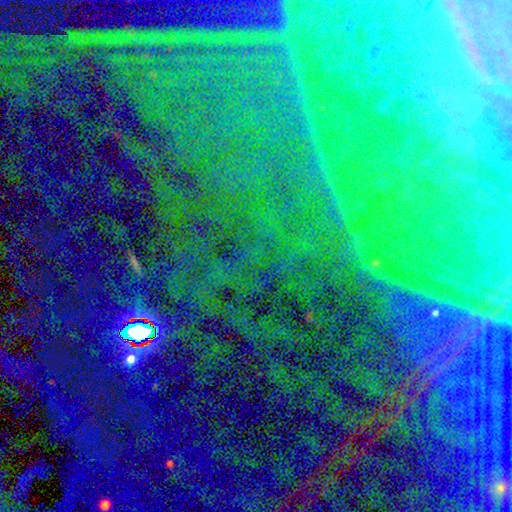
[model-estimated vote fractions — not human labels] The model was most divided on "smooth or featured": star or artifact: 82%, smooth: 9%, featured or disk: 9%.